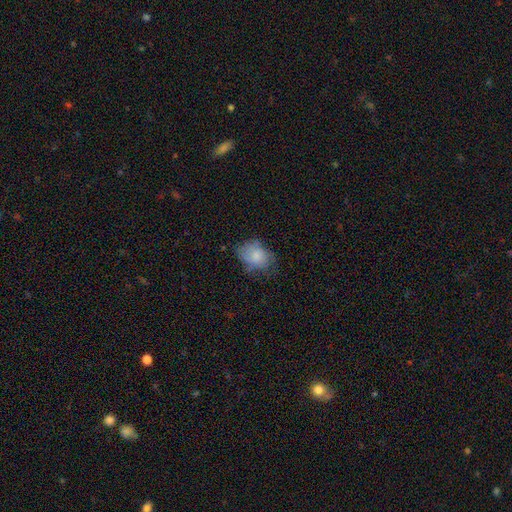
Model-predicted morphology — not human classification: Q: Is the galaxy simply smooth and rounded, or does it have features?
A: smooth — 78%.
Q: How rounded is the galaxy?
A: in between — 71%.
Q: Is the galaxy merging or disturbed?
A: none — 52%.